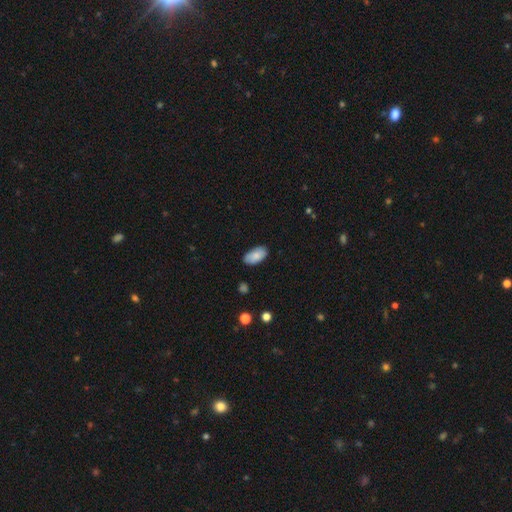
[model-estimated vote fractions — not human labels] Morphology: type=smooth (82%); roundness=in between (95%); merging=none (80%).